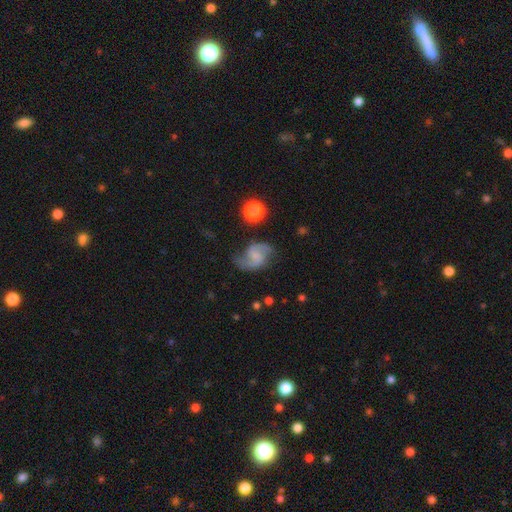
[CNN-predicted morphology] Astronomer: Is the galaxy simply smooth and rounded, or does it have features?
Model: featured or disk — 86%.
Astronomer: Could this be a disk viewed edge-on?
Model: no — 98%.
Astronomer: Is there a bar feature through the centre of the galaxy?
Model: weak — 46% (runner-up: no, 41%).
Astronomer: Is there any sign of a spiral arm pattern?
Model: yes — 97%.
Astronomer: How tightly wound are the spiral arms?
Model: medium — 46% (runner-up: loose, 45%).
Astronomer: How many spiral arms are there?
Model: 2 — 93%.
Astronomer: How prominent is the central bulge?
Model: none — 41% (runner-up: small, 37%).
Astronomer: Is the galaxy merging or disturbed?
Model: none — 74%.